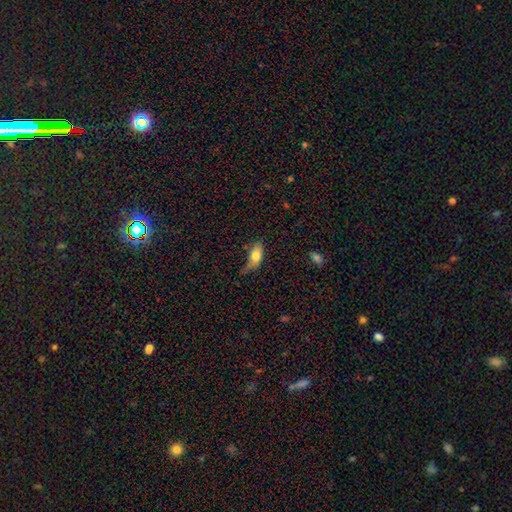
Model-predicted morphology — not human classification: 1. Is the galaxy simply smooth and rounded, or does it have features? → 76% smooth, 17% featured or disk, 7% star or artifact.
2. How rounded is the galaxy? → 86% in between, 10% cigar-shaped, 5% round.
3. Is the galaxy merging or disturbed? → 40% none, 39% minor disturbance, 17% major disturbance, 4% merger.